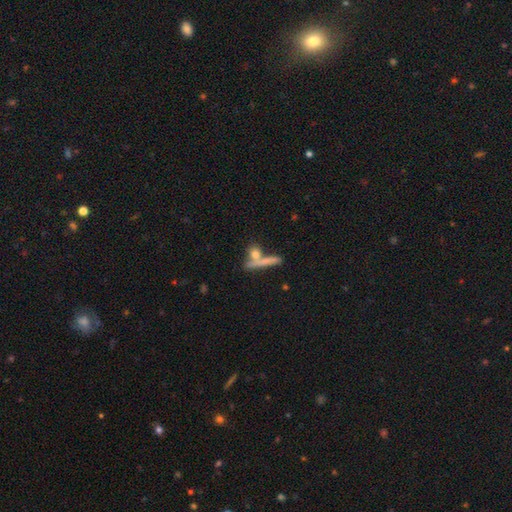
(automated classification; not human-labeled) A smooth galaxy with no disk features (65%) that is cigar-shaped (51%).

Vote fractions:
- Smooth or featured? smooth: 65% / featured or disk: 25% / star or artifact: 10%
- How rounded? cigar-shaped: 51% / round: 30% / in between: 19%
- Merging? none: 59% / merger: 26% / minor disturbance: 10% / major disturbance: 5%